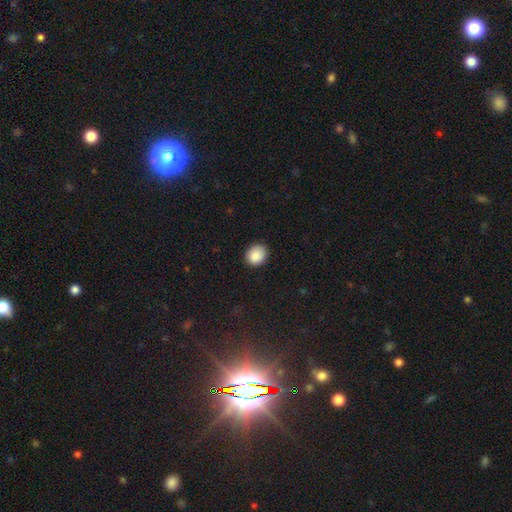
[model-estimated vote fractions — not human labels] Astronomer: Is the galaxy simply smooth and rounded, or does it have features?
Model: smooth — 88%.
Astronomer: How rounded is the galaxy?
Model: round — 66%.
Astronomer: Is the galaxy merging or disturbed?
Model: none — 87%.